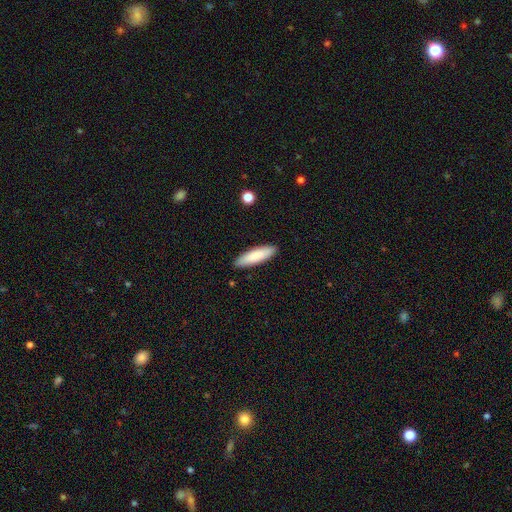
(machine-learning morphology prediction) This is clearly a smooth galaxy (84%). How rounded: likely cigar-shaped (65%). Merging: clearly none (89%).